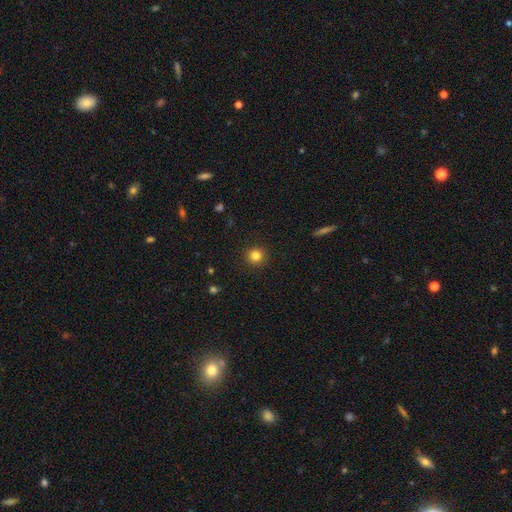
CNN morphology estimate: A smooth galaxy with no disk features (82%) that is round (94%).

Vote fractions:
- Smooth or featured? smooth: 82% / star or artifact: 12% / featured or disk: 5%
- How rounded? round: 94% / in between: 5% / cigar-shaped: 1%
- Merging? none: 92% / minor disturbance: 5% / major disturbance: 2% / merger: 1%